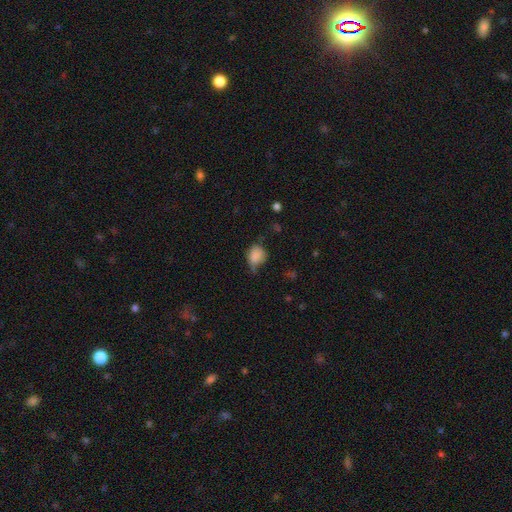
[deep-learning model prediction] smooth 80%, star or artifact 10%, featured or disk 10%. Down the decision tree: how rounded — in between (49%, tied with round); merging — minor disturbance (42%).